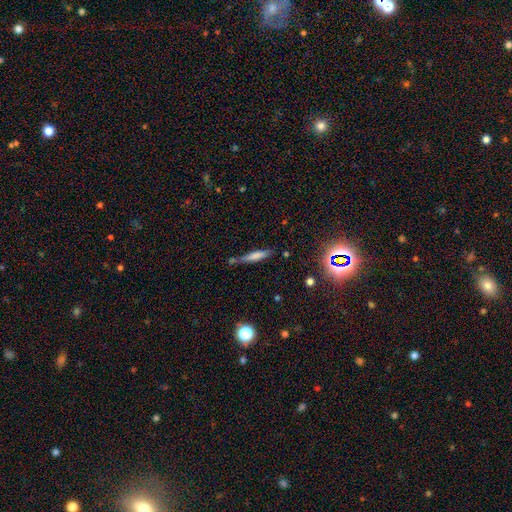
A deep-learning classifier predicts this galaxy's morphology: A smooth galaxy with no disk features (64%) that is cigar-shaped (88%). Merging: none (67%).